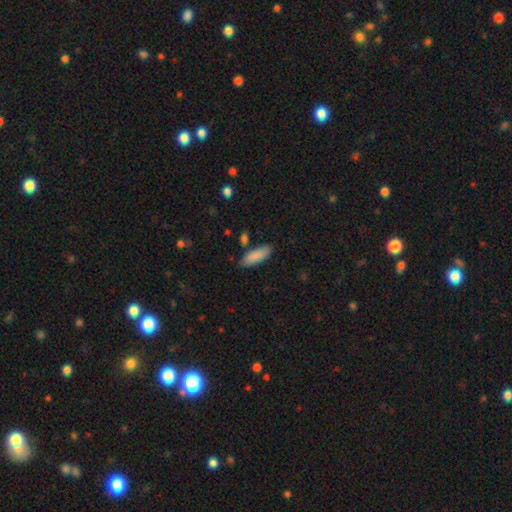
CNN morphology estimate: smooth-or-featured: smooth: 88% | featured or disk: 6% | star or artifact: 6%
  how-rounded: in between: 64% | cigar-shaped: 34% | round: 2%
  merging: none: 81% | minor disturbance: 13% | merger: 4% | major disturbance: 3%